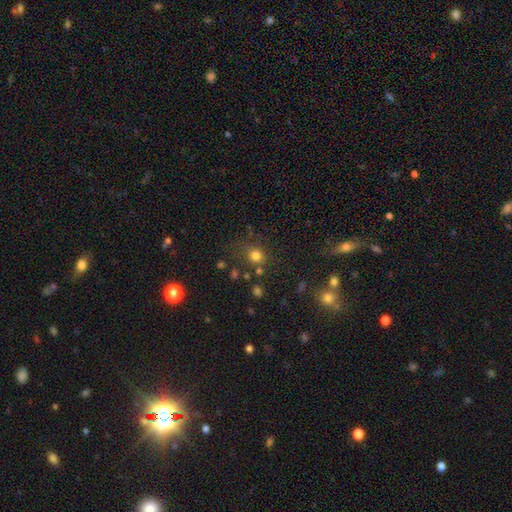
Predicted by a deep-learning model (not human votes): Smooth or featured? smooth (77%)
How rounded? round (83%)
Merging? none (71%)